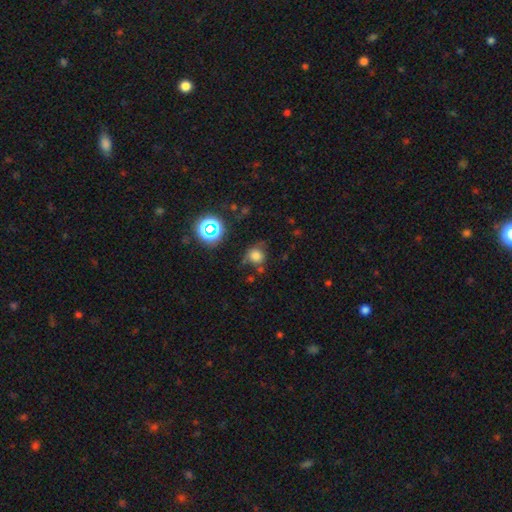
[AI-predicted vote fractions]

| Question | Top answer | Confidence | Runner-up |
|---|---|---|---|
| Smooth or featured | smooth | 71% | star or artifact (19%) |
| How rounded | round | 83% | in between (16%) |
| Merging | none | 60% | minor disturbance (24%) |